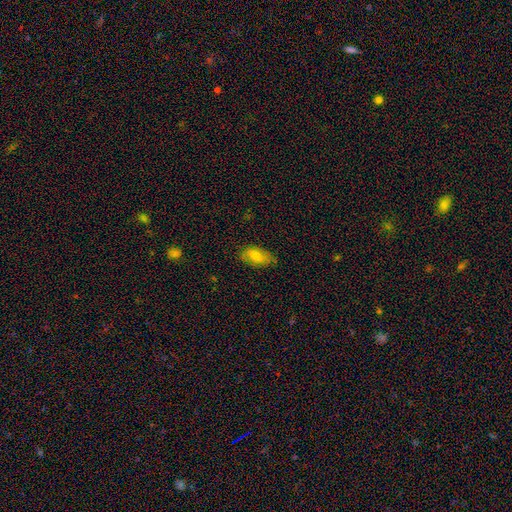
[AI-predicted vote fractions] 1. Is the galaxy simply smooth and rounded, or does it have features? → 72% smooth, 20% featured or disk, 7% star or artifact.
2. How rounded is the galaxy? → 90% in between, 6% cigar-shaped, 4% round.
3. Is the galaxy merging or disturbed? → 75% none, 20% minor disturbance, 4% major disturbance, 1% merger.